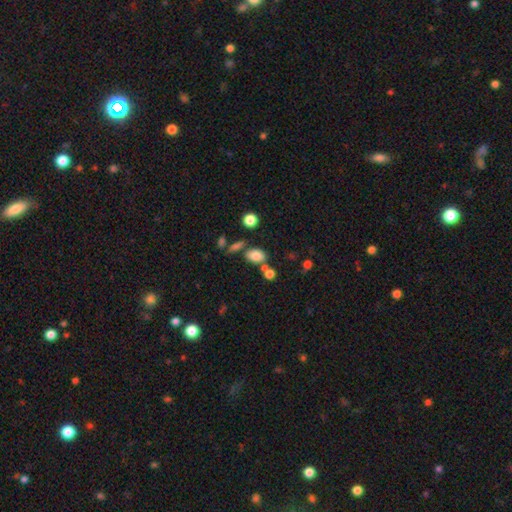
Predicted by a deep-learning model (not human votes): Smooth or featured? Predicted: smooth (p=0.79). How rounded? Predicted: in between (p=0.78). Merging? Predicted: none (p=0.61).